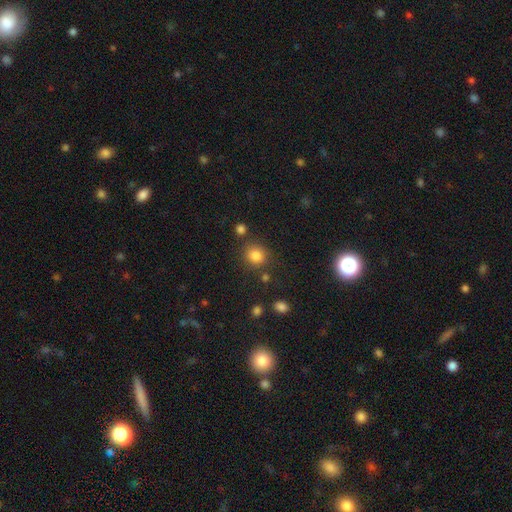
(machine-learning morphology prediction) A smooth galaxy with no disk features (82%) that is round (86%).

Vote fractions:
- Smooth or featured? smooth: 82% / star or artifact: 12% / featured or disk: 5%
- How rounded? round: 86% / in between: 13% / cigar-shaped: 1%
- Merging? none: 80% / minor disturbance: 10% / merger: 7% / major disturbance: 4%